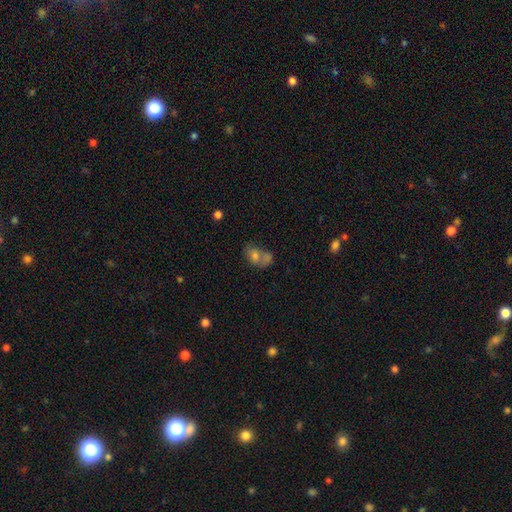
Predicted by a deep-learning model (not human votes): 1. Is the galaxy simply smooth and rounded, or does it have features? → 59% smooth, 23% featured or disk, 18% star or artifact.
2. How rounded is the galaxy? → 67% in between, 31% round, 2% cigar-shaped.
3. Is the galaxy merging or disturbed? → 45% merger, 33% none, 13% minor disturbance, 9% major disturbance.